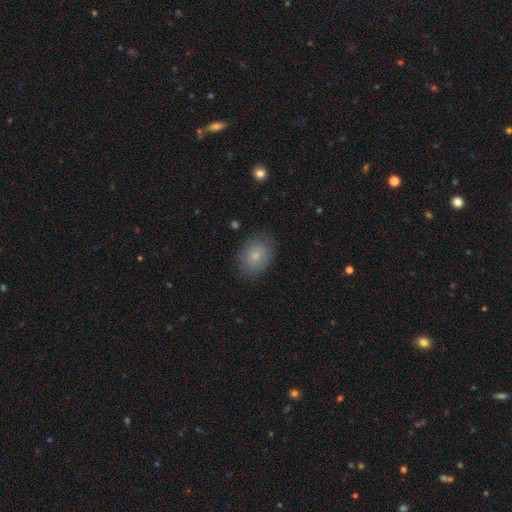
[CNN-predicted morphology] smooth 79%, featured or disk 12%, star or artifact 9%. Down the decision tree: how rounded — in between (61%); merging — none (81%).